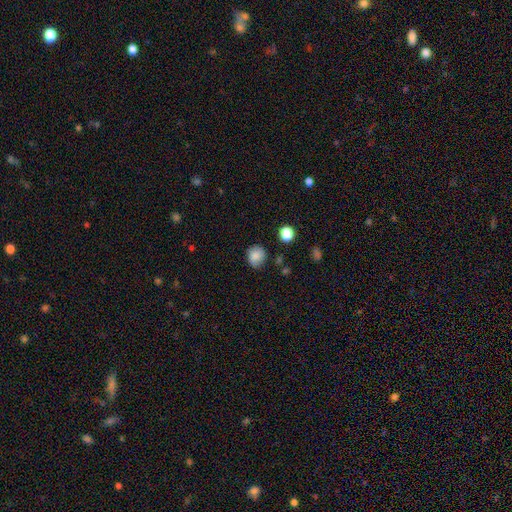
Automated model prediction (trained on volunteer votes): Smooth or featured? smooth (84%)
How rounded? round (80%)
Merging? none (75%)